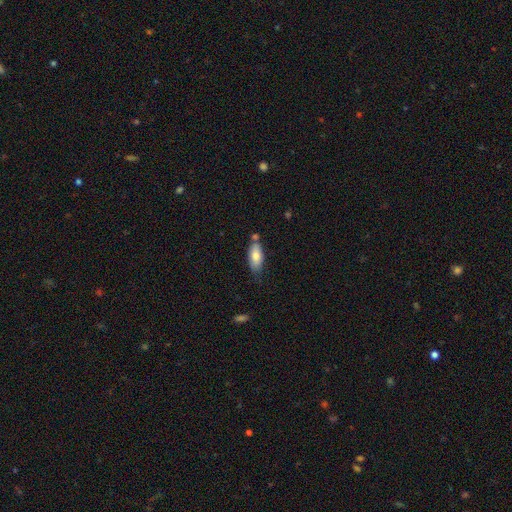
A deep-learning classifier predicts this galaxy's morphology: A smooth galaxy with no disk features (76%) that is in between round and cigar-shaped (83%).

Vote fractions:
- Smooth or featured? smooth: 76% / featured or disk: 17% / star or artifact: 7%
- How rounded? in between: 83% / cigar-shaped: 15% / round: 2%
- Merging? none: 65% / minor disturbance: 20% / merger: 11% / major disturbance: 4%